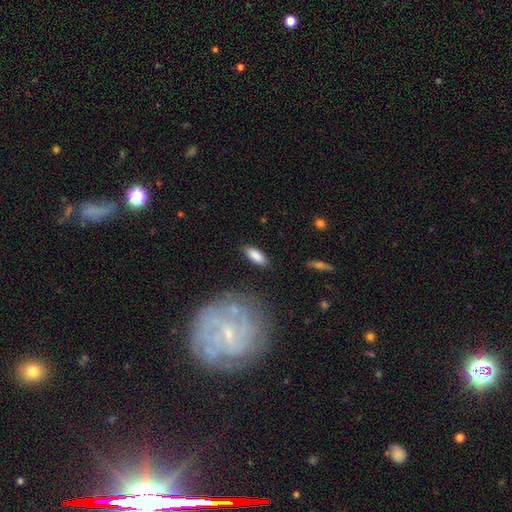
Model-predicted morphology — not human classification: smooth-or-featured: smooth: 85% | featured or disk: 8% | star or artifact: 6%
  how-rounded: in between: 73% | cigar-shaped: 26% | round: 2%
  merging: none: 85% | minor disturbance: 10% | major disturbance: 3% | merger: 2%